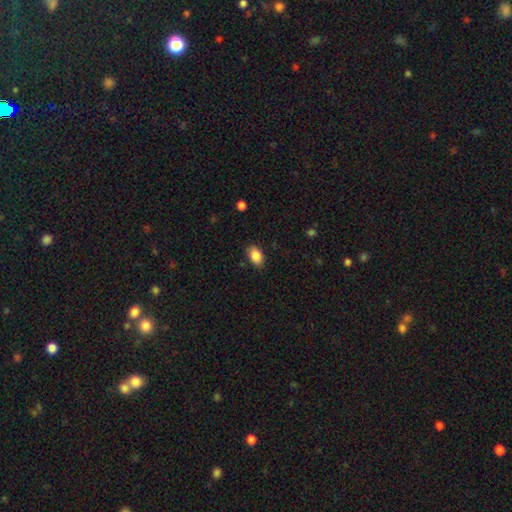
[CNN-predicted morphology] smooth-or-featured: smooth: 88% | star or artifact: 7% | featured or disk: 4%
  how-rounded: in between: 89% | round: 10% | cigar-shaped: 1%
  merging: none: 84% | minor disturbance: 12% | major disturbance: 3% | merger: 1%